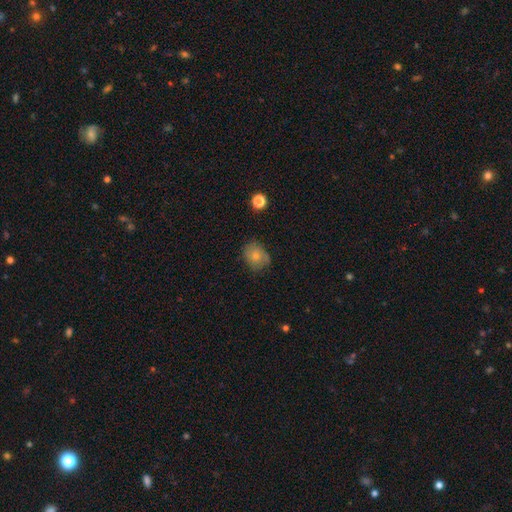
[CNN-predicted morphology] smooth-or-featured: smooth: 72% | featured or disk: 19% | star or artifact: 10%
  how-rounded: round: 52% | in between: 47% | cigar-shaped: 1%
  merging: none: 69% | minor disturbance: 23% | major disturbance: 6% | merger: 2%